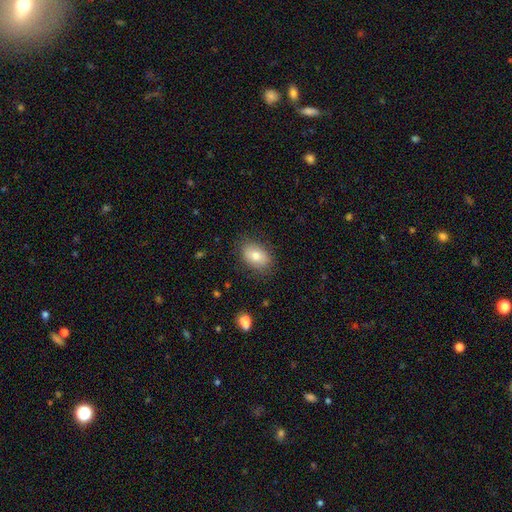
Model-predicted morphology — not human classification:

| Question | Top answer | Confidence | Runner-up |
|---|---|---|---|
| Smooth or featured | smooth | 78% | featured or disk (14%) |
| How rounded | in between | 83% | round (15%) |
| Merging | none | 84% | minor disturbance (12%) |